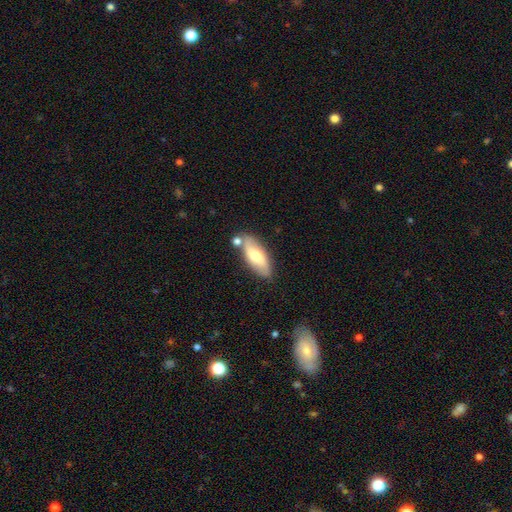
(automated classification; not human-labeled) A smooth galaxy with no disk features (52%) that is in between round and cigar-shaped (77%). Merging: none (71%).